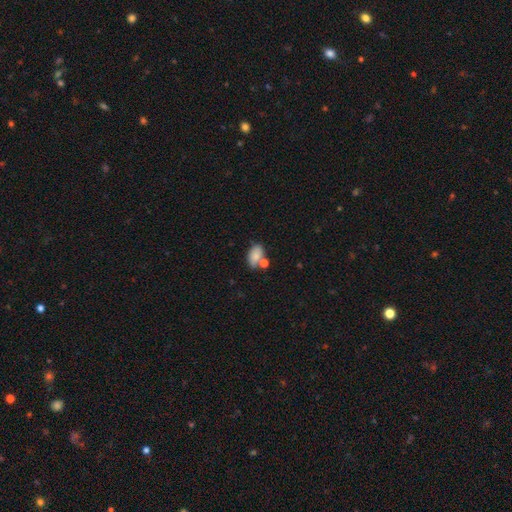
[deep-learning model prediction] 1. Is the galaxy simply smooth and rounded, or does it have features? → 79% smooth, 13% featured or disk, 9% star or artifact.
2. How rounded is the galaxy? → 88% in between, 10% round, 2% cigar-shaped.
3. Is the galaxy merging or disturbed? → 50% none, 26% merger, 18% minor disturbance, 6% major disturbance.